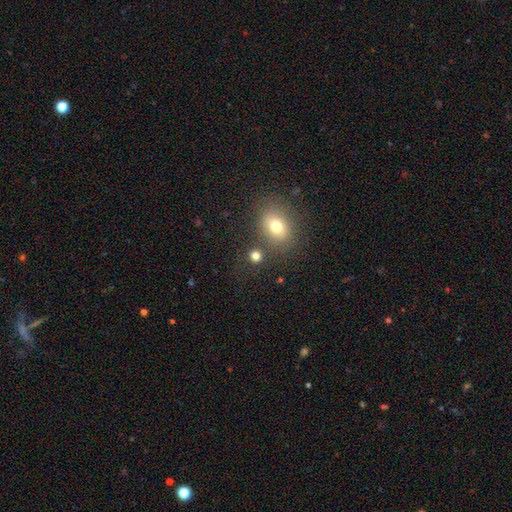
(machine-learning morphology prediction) A smooth galaxy with no disk features (77%) that is round (80%).

Vote fractions:
- Smooth or featured? smooth: 77% / star or artifact: 16% / featured or disk: 7%
- How rounded? round: 80% / in between: 19% / cigar-shaped: 1%
- Merging? none: 77% / merger: 10% / minor disturbance: 9% / major disturbance: 4%